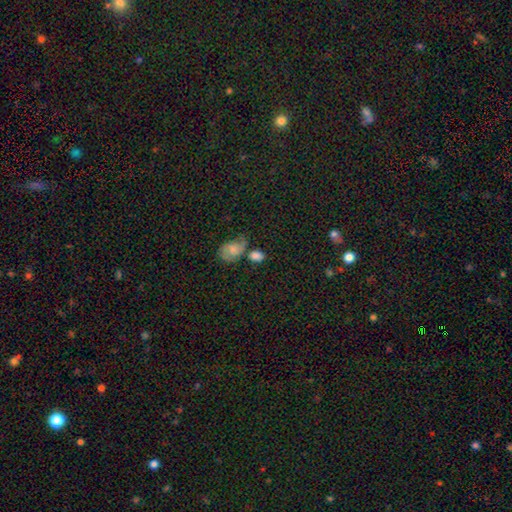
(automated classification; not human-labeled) Smooth or featured?
  - smooth: 76% *
  - featured or disk: 13%
  - star or artifact: 11%
How rounded?
  - in between: 70% *
  - round: 27%
  - cigar-shaped: 3%
Merging?
  - none: 47% *
  - merger: 27%
  - minor disturbance: 18%
  - major disturbance: 8%